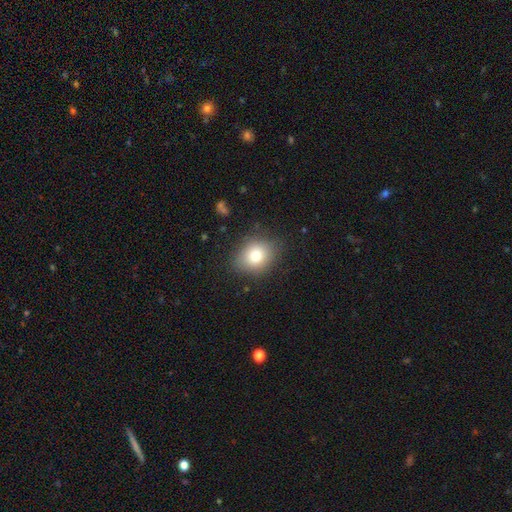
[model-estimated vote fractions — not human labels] This is likely a smooth galaxy (78%). How rounded: possibly round (58%). Merging: clearly none (82%).